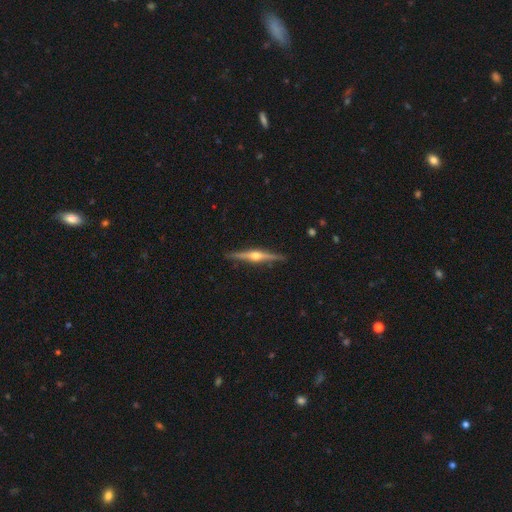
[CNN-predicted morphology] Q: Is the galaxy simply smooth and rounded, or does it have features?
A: featured or disk — 82%.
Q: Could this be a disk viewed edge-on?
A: yes — 98%.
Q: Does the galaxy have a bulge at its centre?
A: rounded — 94%.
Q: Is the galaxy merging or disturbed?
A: none — 90%.